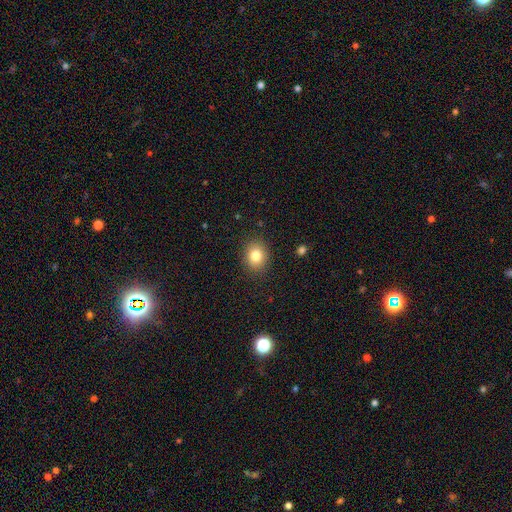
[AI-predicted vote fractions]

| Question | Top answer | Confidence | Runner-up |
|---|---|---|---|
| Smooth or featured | smooth | 81% | star or artifact (11%) |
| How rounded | round | 62% | in between (37%) |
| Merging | none | 89% | minor disturbance (8%) |